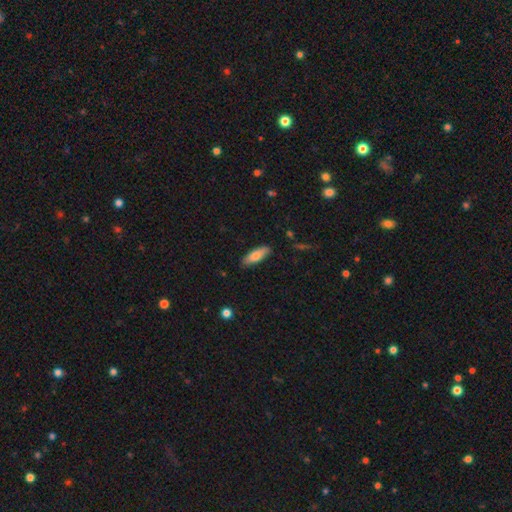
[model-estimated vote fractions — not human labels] The model was most divided on "how rounded": in between: 57%, cigar-shaped: 41%, round: 2%. More confident: merging — none (85%); smooth or featured — smooth (77%).